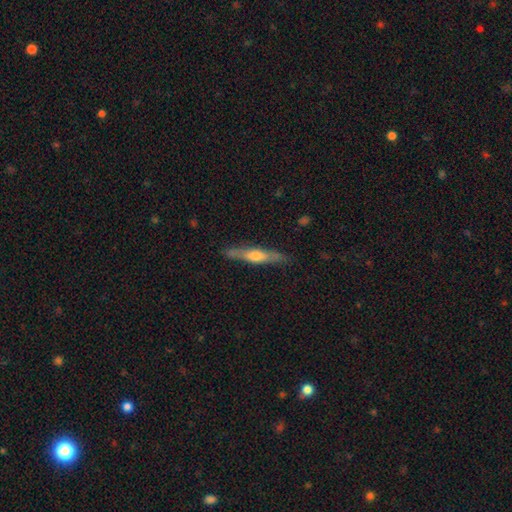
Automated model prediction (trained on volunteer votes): smooth_or_featured: featured or disk (p=0.54) [alt: smooth p=0.40]
disk_edge_on: yes (p=0.92) [alt: no p=0.08]
merging: none (p=0.83) [alt: minor disturbance p=0.13]